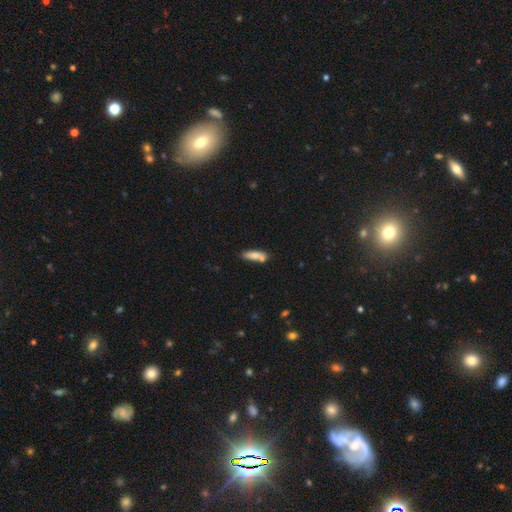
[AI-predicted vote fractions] This appears to be a smooth galaxy with no disk features (79%) that is cigar-shaped (53%). Merging: none (61%).